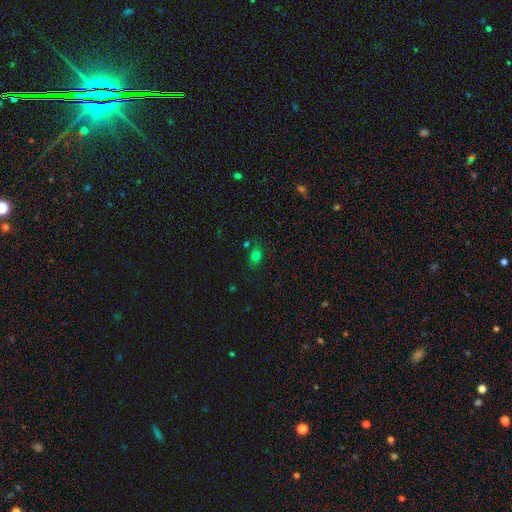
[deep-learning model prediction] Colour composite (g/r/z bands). It shows a smooth galaxy with no disk features (74%) that is in between round and cigar-shaped (59%). Merging: none (70%).